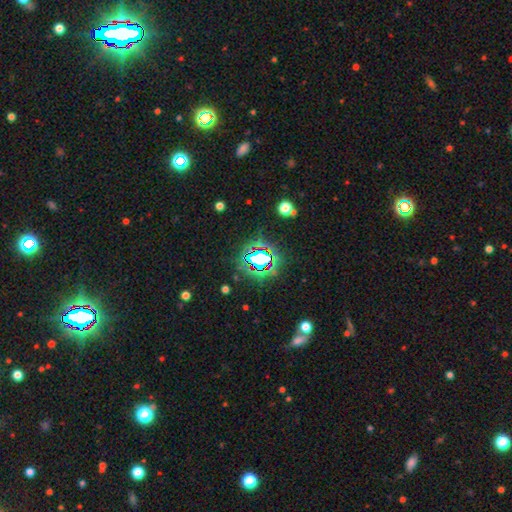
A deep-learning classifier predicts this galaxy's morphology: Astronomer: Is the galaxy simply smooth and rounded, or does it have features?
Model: star or artifact — 72%.